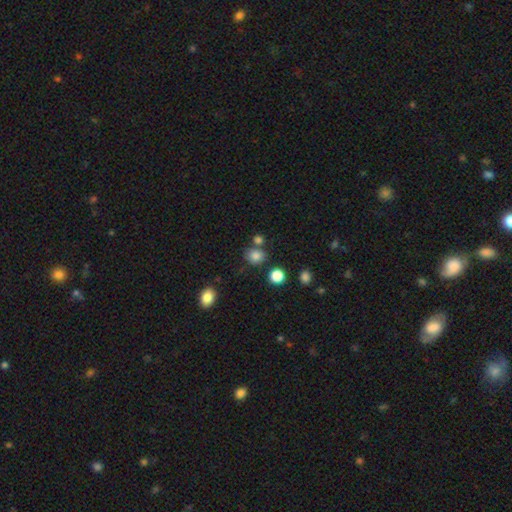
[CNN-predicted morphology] smooth-or-featured: smooth: 82% | star or artifact: 13% | featured or disk: 5%
  how-rounded: round: 73% | in between: 26% | cigar-shaped: 1%
  merging: none: 72% | merger: 14% | minor disturbance: 11% | major disturbance: 4%